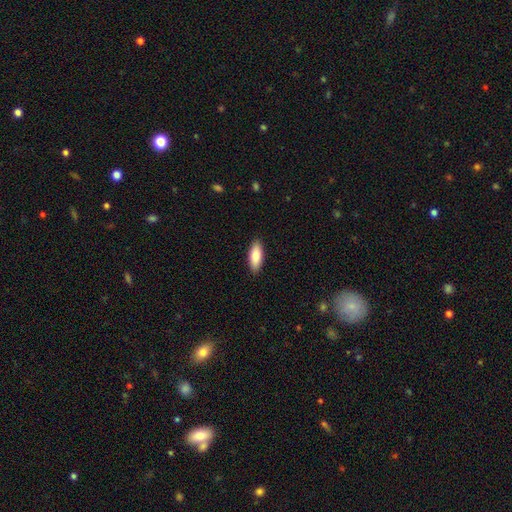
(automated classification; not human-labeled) smooth_or_featured: smooth (p=0.81) [alt: featured or disk p=0.14]
how_rounded: in between (p=0.74) [alt: cigar-shaped p=0.24]
merging: none (p=0.90) [alt: minor disturbance p=0.08]